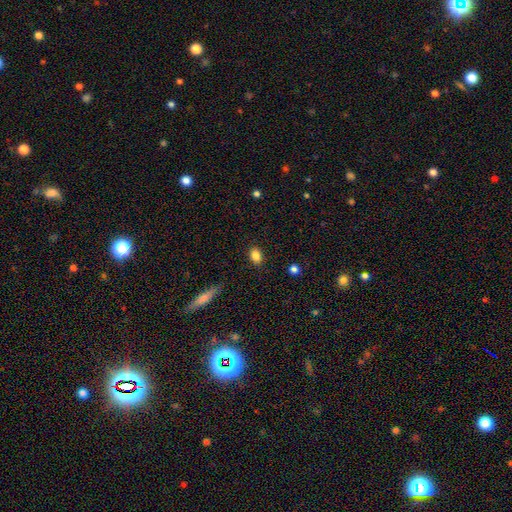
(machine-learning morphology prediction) A smooth galaxy with no disk features (85%) that is in between round and cigar-shaped (74%). Merging: none (88%).